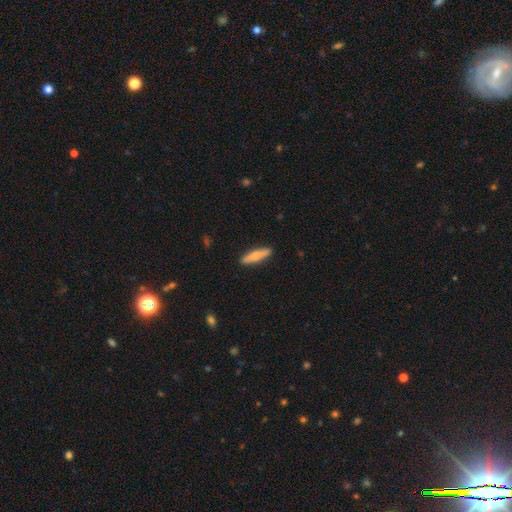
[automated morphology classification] This appears to be a smooth galaxy with no disk features (60%) that is cigar-shaped (77%). Merging: none (89%).